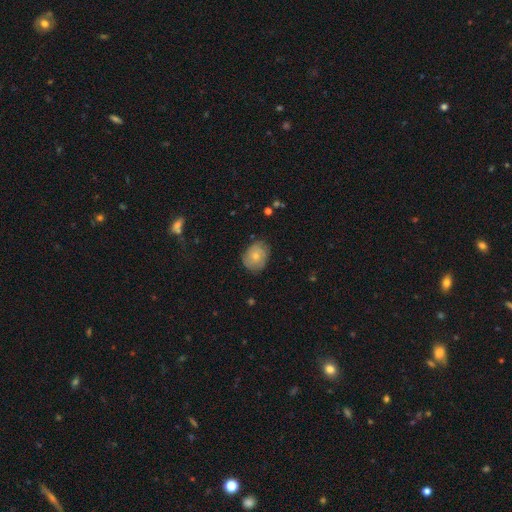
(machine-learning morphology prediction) Q: Smooth or featured?
A: smooth (65%); runner-up: featured or disk (27%)
Q: How rounded?
A: round (54%); runner-up: in between (45%)
Q: Merging?
A: none (73%); runner-up: minor disturbance (21%)